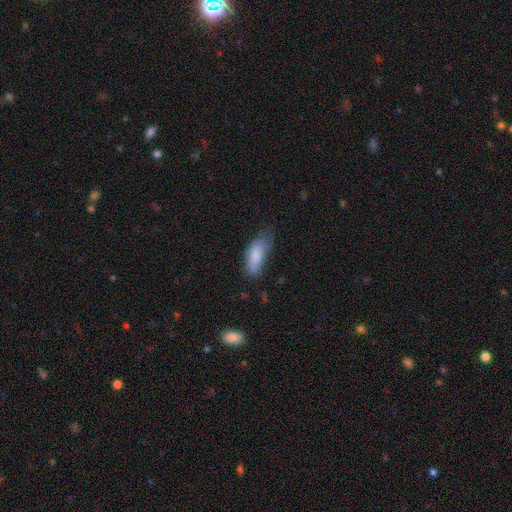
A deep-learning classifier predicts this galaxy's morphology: This appears to be a smooth galaxy with no disk features (81%) that is in between round and cigar-shaped (77%). Merging: minor disturbance (41%).